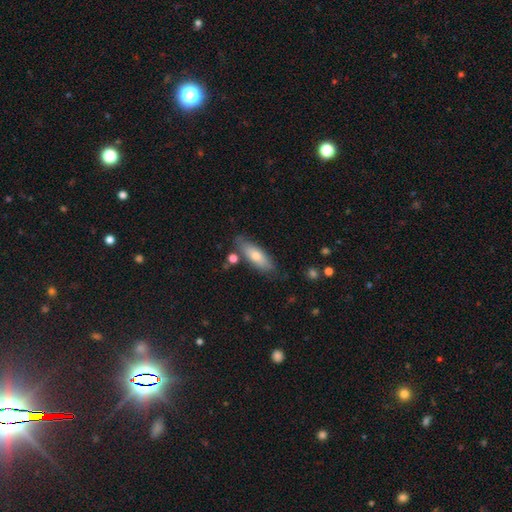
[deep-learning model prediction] Morphology: type=smooth (70%); roundness=in between (59%); merging=none (74%).